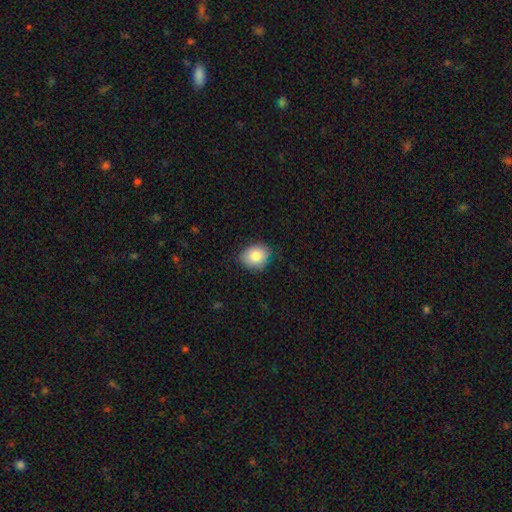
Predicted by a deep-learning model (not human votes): Smooth or featured? smooth (83%)
How rounded? round (57%)
Merging? none (78%)